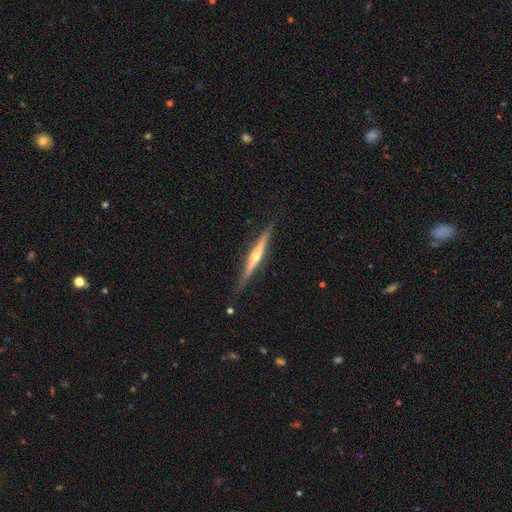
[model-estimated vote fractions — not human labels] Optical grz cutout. It shows a featured or disk galaxy (79%) viewed edge-on (98%) with a rounded central bulge (85%). Merging: none (88%).